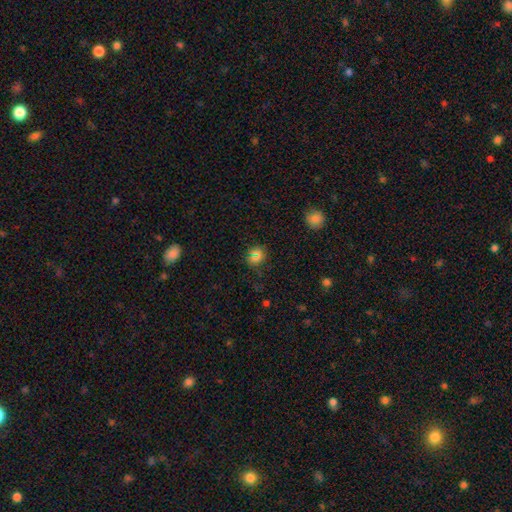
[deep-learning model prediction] This is likely a smooth galaxy (61%). How rounded: likely round (78%). Merging: clearly none (83%).